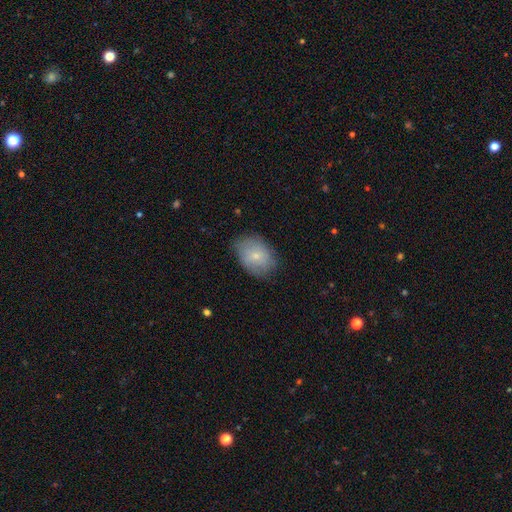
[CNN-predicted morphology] smooth_or_featured: smooth (p=0.66) [alt: featured or disk p=0.27]
how_rounded: in between (p=0.73) [alt: round p=0.25]
merging: none (p=0.75) [alt: minor disturbance p=0.20]